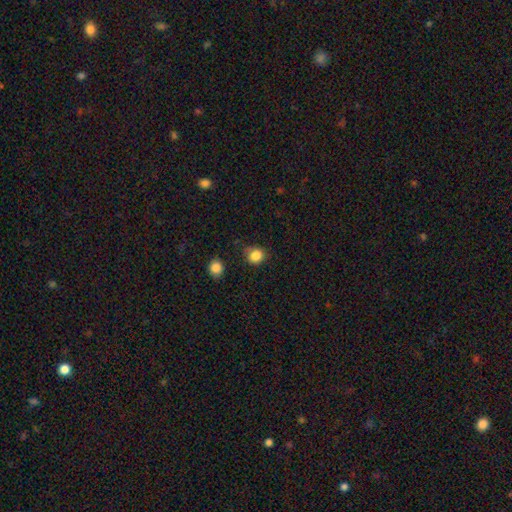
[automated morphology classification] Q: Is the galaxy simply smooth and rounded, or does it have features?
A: smooth — 85%.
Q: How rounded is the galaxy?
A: round — 80%.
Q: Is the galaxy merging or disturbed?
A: none — 76%.